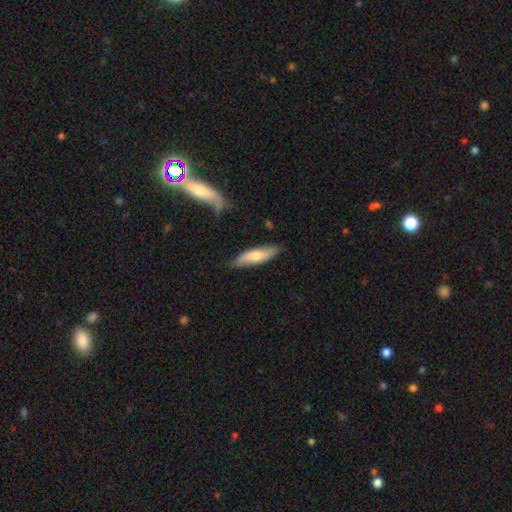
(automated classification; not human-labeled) This is likely a smooth galaxy (65%). How rounded: likely cigar-shaped (61%). Merging: likely none (76%).